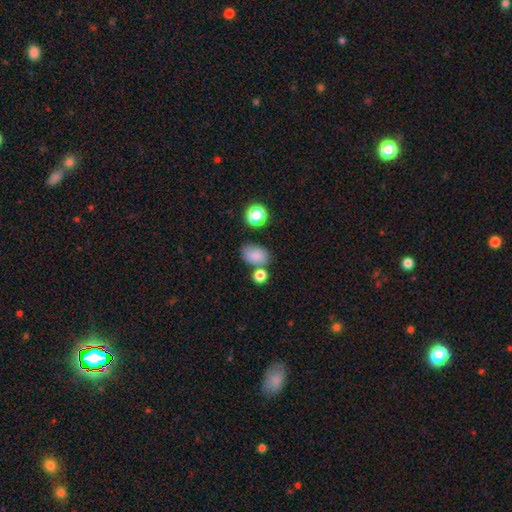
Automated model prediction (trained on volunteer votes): Morphology: type=smooth (82%); roundness=in between (79%); merging=none (60%).